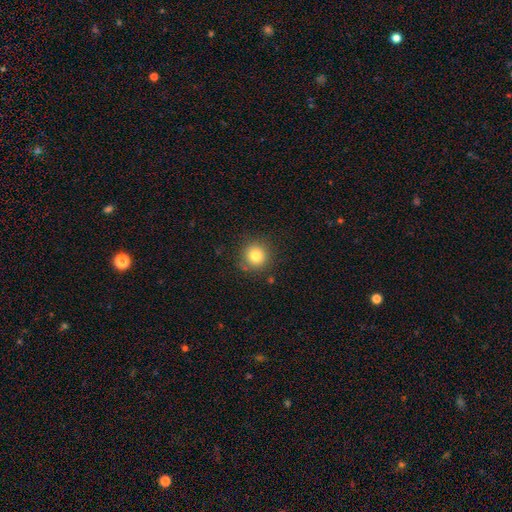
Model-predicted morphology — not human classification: This appears to be a smooth galaxy with no disk features (80%) that is round (94%). Merging: none (86%).